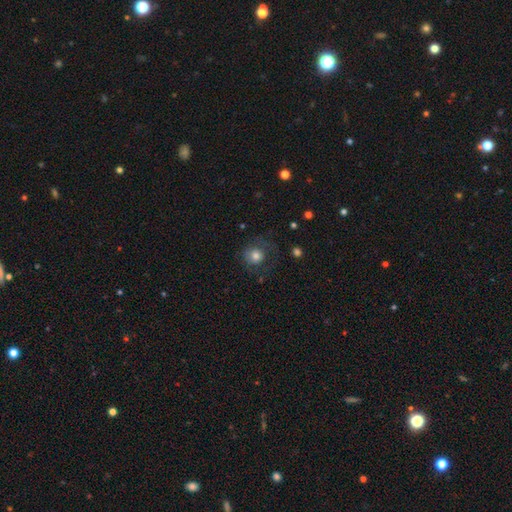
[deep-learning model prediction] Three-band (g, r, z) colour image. It shows a smooth galaxy with no disk features (73%) that is round (86%). Merging: none (59%).